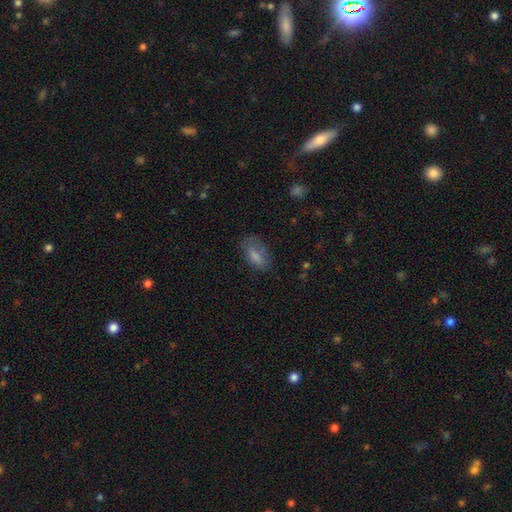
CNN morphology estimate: Overall: smooth (77%). How rounded: in between (88%). Merging: none (64%).